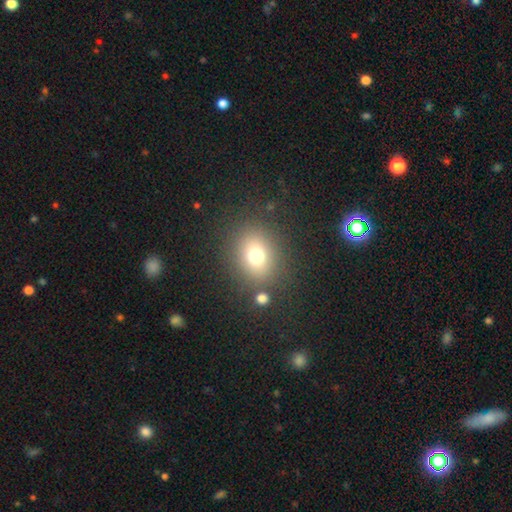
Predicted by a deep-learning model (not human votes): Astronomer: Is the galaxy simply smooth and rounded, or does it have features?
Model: smooth — 73%.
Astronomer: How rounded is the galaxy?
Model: round — 69%.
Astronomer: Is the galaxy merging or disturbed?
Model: none — 82%.